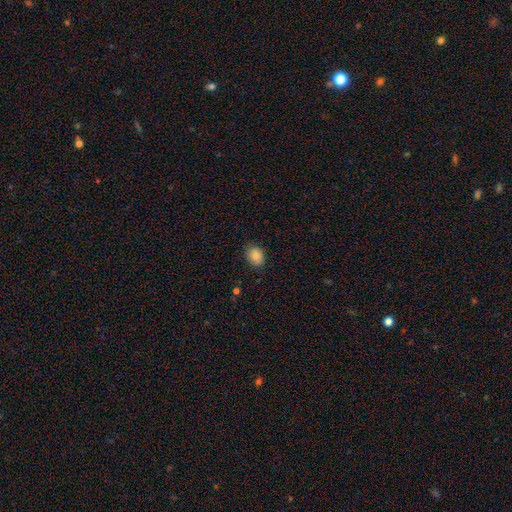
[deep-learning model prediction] smooth_or_featured: smooth (p=0.84) [alt: star or artifact p=0.08]
how_rounded: in between (p=0.58) [alt: round p=0.41]
merging: none (p=0.80) [alt: minor disturbance p=0.16]